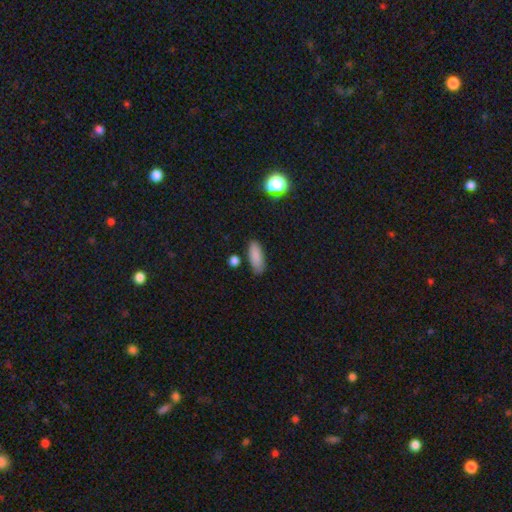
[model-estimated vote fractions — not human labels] This is clearly a smooth galaxy (86%). How rounded: likely in between (77%). Merging: likely none (78%).